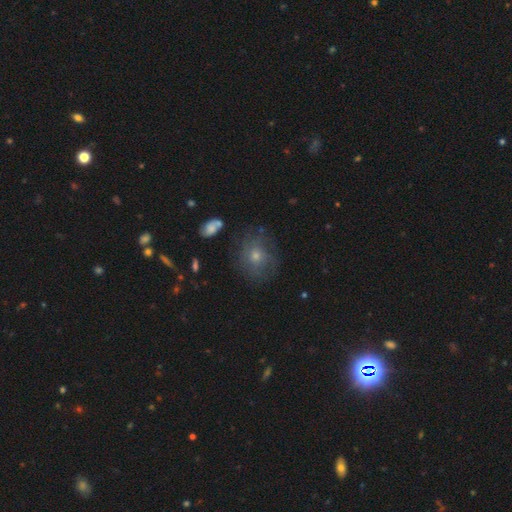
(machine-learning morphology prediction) Smooth or featured: smooth — 46% (featured or disk — 34%)
Merging: none — 72% (minor disturbance — 18%)